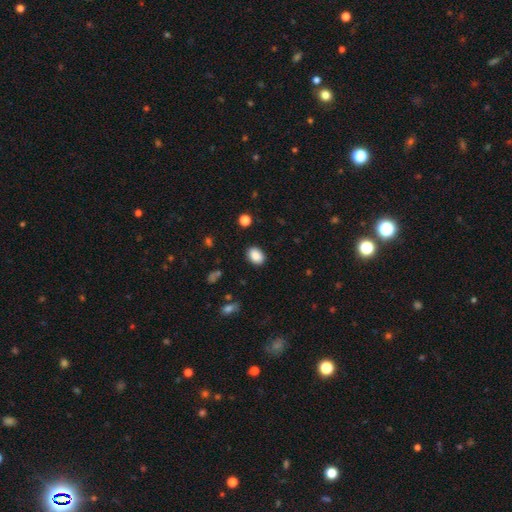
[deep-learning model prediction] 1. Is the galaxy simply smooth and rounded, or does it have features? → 88% smooth, 8% star or artifact, 4% featured or disk.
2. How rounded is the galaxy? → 76% in between, 23% round, 1% cigar-shaped.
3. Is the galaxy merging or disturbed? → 88% none, 9% minor disturbance, 2% major disturbance, 1% merger.